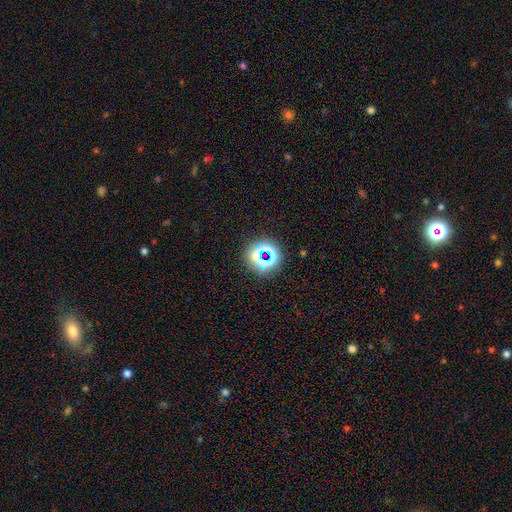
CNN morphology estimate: Smooth or featured: star or artifact — 57% (smooth — 31%)